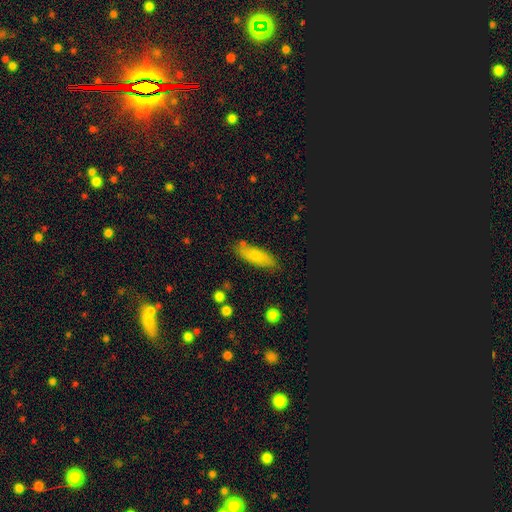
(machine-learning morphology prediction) Smooth or featured: smooth — 79% (featured or disk — 14%)
How rounded: in between — 62% (cigar-shaped — 36%)
Merging: none — 76% (minor disturbance — 16%)